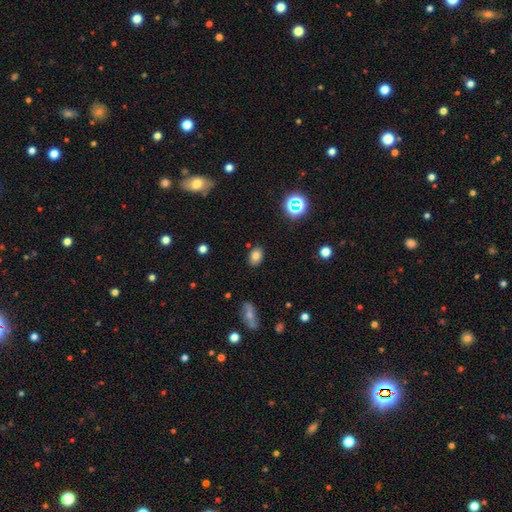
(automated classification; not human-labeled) This is likely a smooth galaxy (78%). How rounded: likely in between (80%). Merging: clearly none (86%).